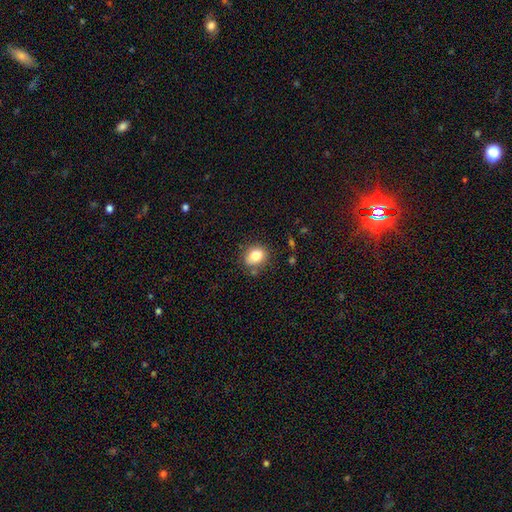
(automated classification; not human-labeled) The model was most divided on "how rounded": round: 52%, in between: 47%, cigar-shaped: 1%. More confident: smooth or featured — smooth (81%); merging — none (77%).